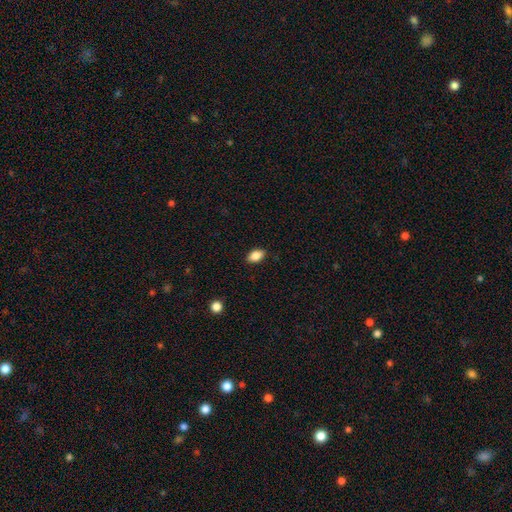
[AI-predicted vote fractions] The model was most divided on "merging": none: 88%, minor disturbance: 9%, major disturbance: 2%, merger: 1%. More confident: how rounded — in between (90%); smooth or featured — smooth (86%).